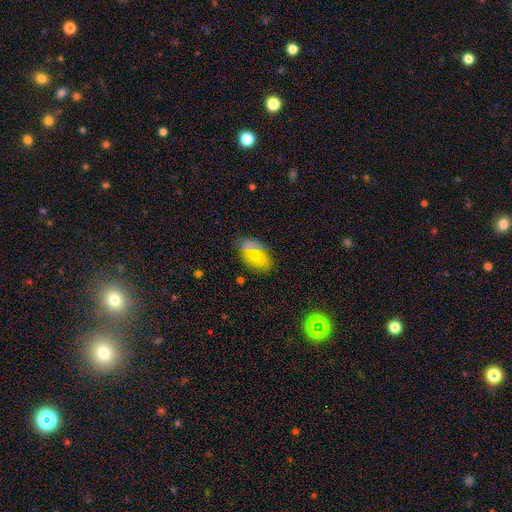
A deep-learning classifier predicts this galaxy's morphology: smooth-or-featured: smooth: 67% | featured or disk: 17% | star or artifact: 15%
  how-rounded: in between: 91% | round: 6% | cigar-shaped: 3%
  merging: none: 76% | minor disturbance: 16% | major disturbance: 4% | merger: 4%